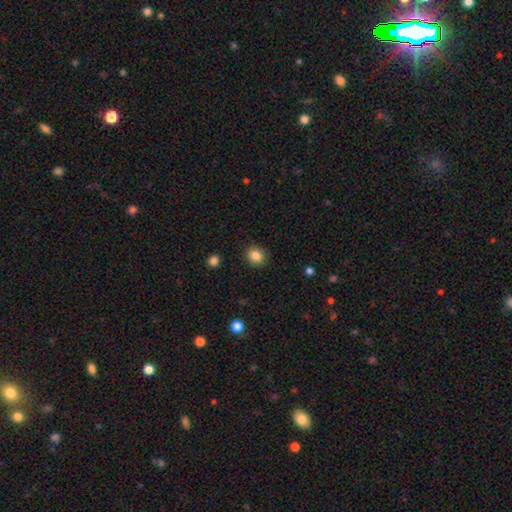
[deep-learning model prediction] Smooth or featured?
  - smooth: 85% *
  - star or artifact: 10%
  - featured or disk: 5%
How rounded?
  - round: 78% *
  - in between: 21%
  - cigar-shaped: 1%
Merging?
  - none: 90% *
  - minor disturbance: 6%
  - major disturbance: 2%
  - merger: 1%